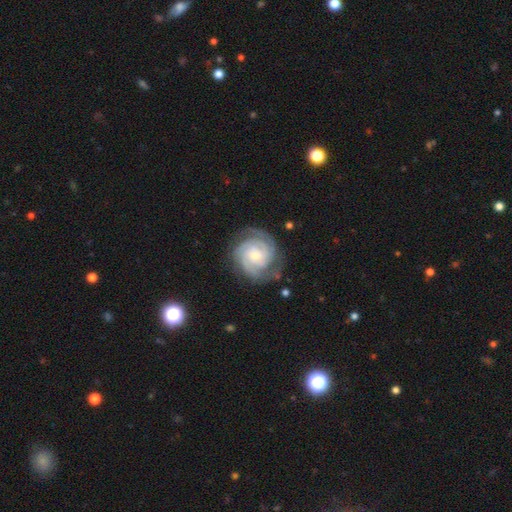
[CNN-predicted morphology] smooth_or_featured: featured or disk (p=0.89) [alt: smooth p=0.07]
disk_edge_on: no (p=0.98) [alt: yes p=0.02]
bar: no (p=0.68) [alt: weak p=0.26]
has_spiral_arms: yes (p=0.98) [alt: no p=0.02]
spiral_winding: tight (p=0.74) [alt: medium p=0.23]
spiral_arm_count: 3 (p=0.36) [alt: 2 p=0.24]
bulge_size: small (p=0.61) [alt: moderate p=0.33]
merging: none (p=0.78) [alt: minor disturbance p=0.15]